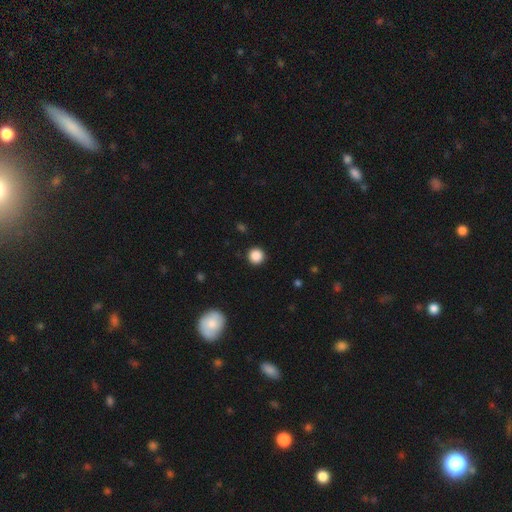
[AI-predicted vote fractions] A smooth galaxy with no disk features (87%) that is round (95%). Merging: none (92%).